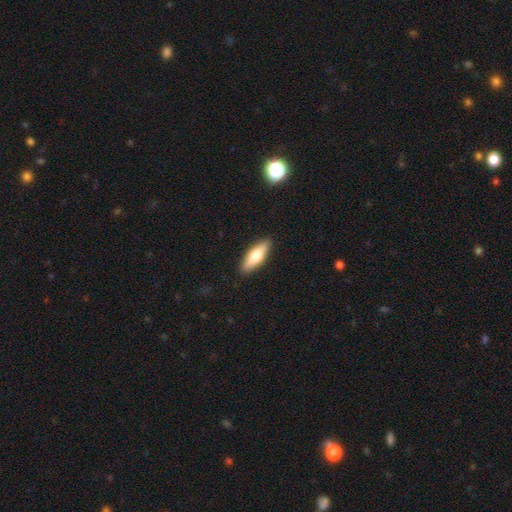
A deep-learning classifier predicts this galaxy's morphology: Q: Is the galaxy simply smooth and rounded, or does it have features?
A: smooth — 64%.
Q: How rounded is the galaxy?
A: in between — 54%.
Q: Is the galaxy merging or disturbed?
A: none — 90%.